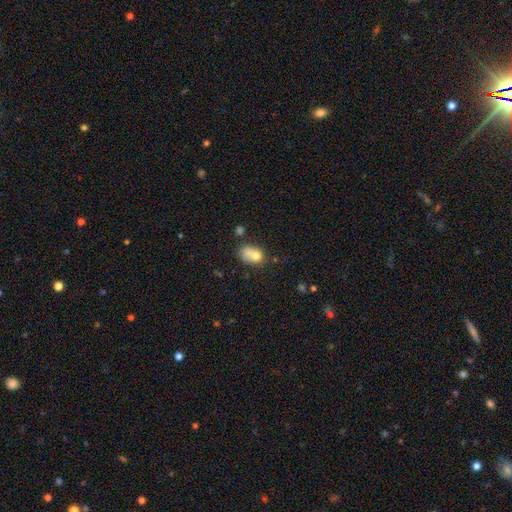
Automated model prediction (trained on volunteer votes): A smooth galaxy with no disk features (71%) that is in between round and cigar-shaped (59%). Merging: merger (42%).